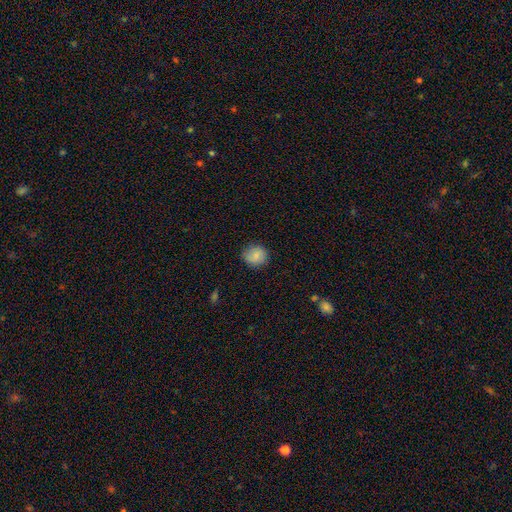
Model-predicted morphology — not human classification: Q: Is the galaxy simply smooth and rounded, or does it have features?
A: smooth — 85%.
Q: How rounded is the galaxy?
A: round — 86%.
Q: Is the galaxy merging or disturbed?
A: none — 83%.